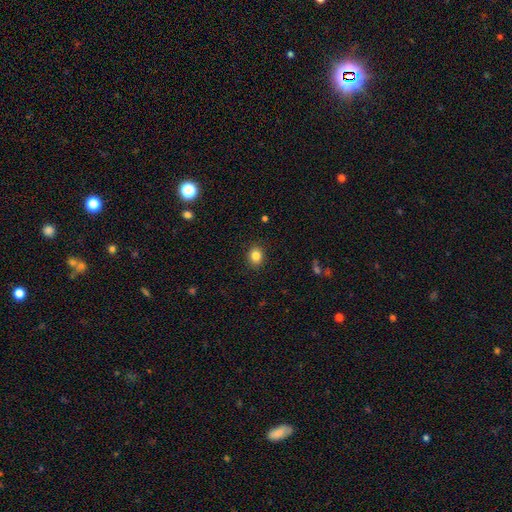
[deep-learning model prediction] Q: Smooth or featured?
A: smooth (84%); runner-up: star or artifact (10%)
Q: How rounded?
A: round (66%); runner-up: in between (33%)
Q: Merging?
A: none (90%); runner-up: minor disturbance (7%)